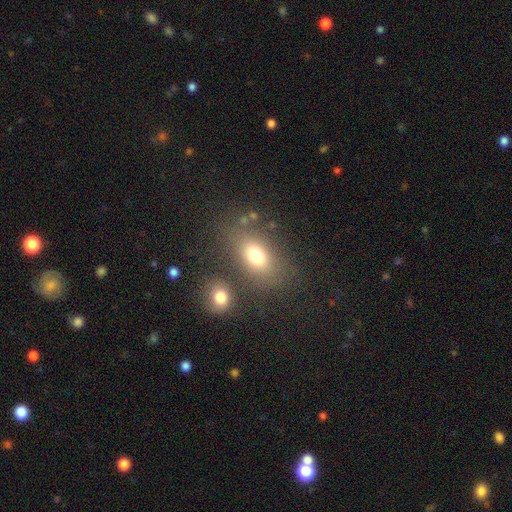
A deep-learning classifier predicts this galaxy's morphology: A smooth galaxy with no disk features (75%) that is in between round and cigar-shaped (79%).

Vote fractions:
- Smooth or featured? smooth: 75% / featured or disk: 13% / star or artifact: 12%
- How rounded? in between: 79% / round: 18% / cigar-shaped: 2%
- Merging? none: 70% / minor disturbance: 13% / merger: 11% / major disturbance: 6%